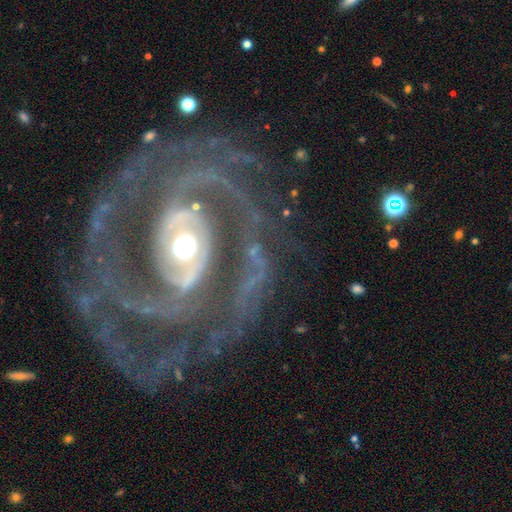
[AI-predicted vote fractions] Smooth or featured?
  - featured or disk: 90% *
  - star or artifact: 6%
  - smooth: 4%
Edge-on disk?
  - no: 97% *
  - yes: 3%
Bar?
  - no: 52% *
  - strong: 24%
  - weak: 24%
Spiral arms?
  - yes: 96% *
  - no: 4%
Spiral winding?
  - tight: 49% *
  - medium: 37%
  - loose: 13%
Spiral arm count?
  - 2: 40% *
  - can't tell: 16%
  - 3: 15%
  - more than 4: 10%
  - 4: 10%
  - 1: 9%
Bulge size?
  - moderate: 63% *
  - large: 21%
  - small: 13%
  - dominant: 2%
  - none: 1%
Merging?
  - none: 68% *
  - major disturbance: 15%
  - minor disturbance: 15%
  - merger: 3%